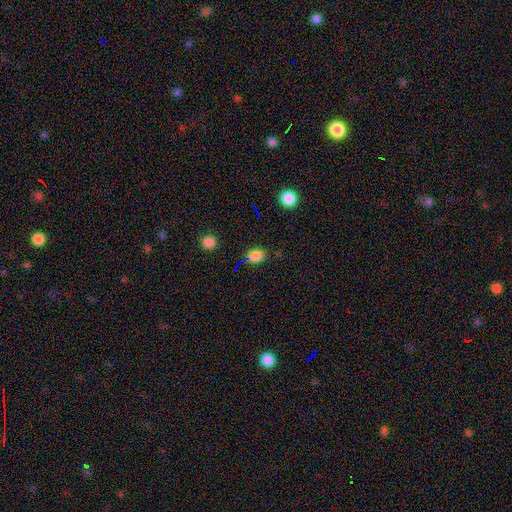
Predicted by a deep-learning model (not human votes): Smooth or featured: smooth — 61% (star or artifact — 32%)
How rounded: in between — 55% (round — 43%)
Merging: none — 83% (minor disturbance — 12%)